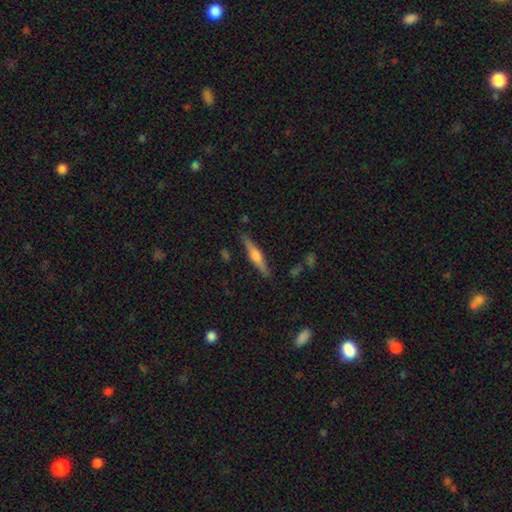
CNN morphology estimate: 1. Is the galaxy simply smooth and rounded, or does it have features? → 62% featured or disk, 31% smooth, 6% star or artifact.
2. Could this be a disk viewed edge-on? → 97% yes, 3% no.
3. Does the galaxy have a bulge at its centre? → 83% rounded, 11% boxy, 5% none.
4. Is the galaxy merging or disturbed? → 87% none, 9% minor disturbance, 2% major disturbance, 2% merger.